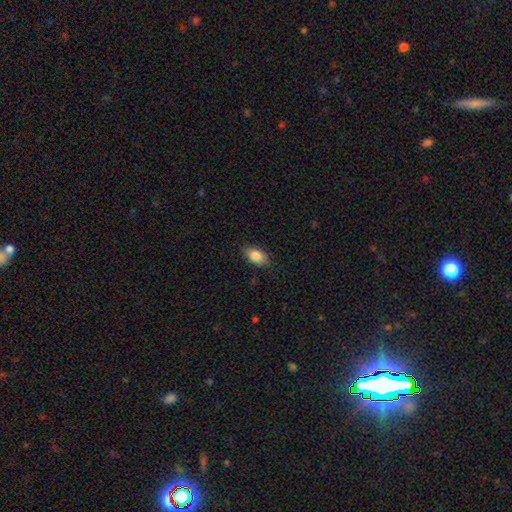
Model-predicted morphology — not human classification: This appears to be a smooth galaxy with no disk features (86%) that is in between round and cigar-shaped (90%). Merging: none (84%).